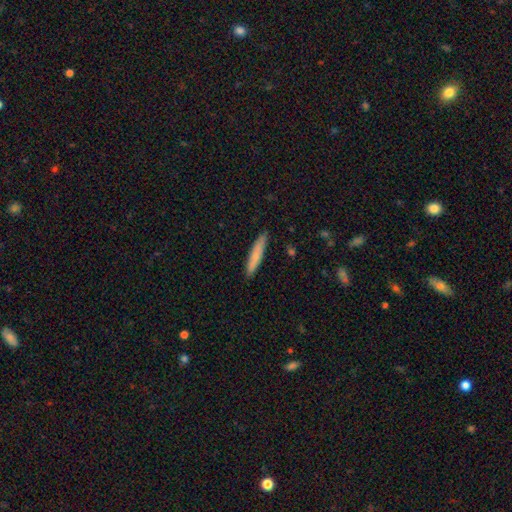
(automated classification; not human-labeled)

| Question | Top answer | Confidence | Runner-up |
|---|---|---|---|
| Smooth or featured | smooth | 76% | featured or disk (18%) |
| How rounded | cigar-shaped | 93% | in between (6%) |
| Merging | none | 89% | minor disturbance (8%) |